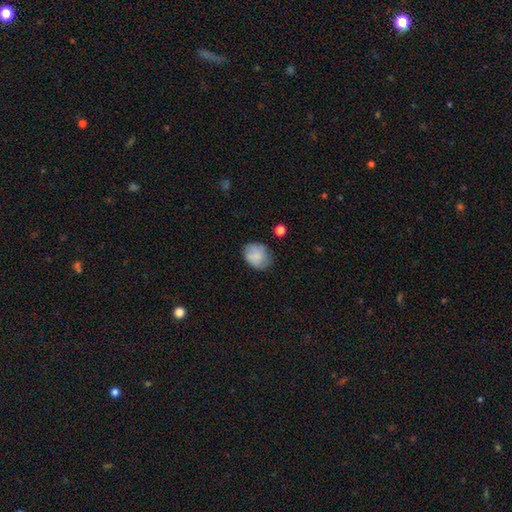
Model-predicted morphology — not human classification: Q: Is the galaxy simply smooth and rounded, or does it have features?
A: smooth — 79%.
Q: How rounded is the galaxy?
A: round — 50%.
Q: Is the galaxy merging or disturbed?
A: none — 68%.